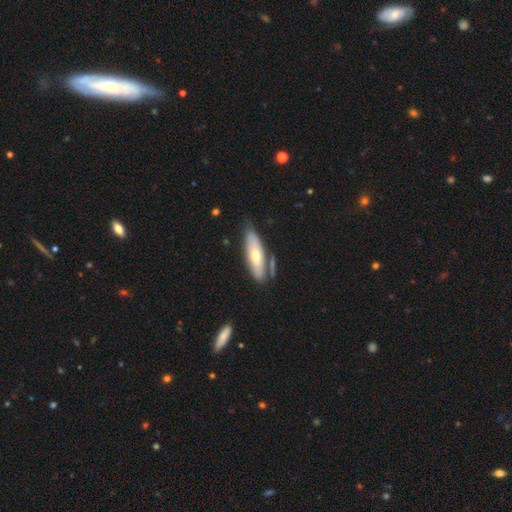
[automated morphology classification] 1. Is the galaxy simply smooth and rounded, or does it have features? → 59% smooth, 36% featured or disk, 5% star or artifact.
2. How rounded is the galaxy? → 51% in between, 47% cigar-shaped, 2% round.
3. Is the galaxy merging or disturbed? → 60% none, 22% minor disturbance, 13% merger, 6% major disturbance.